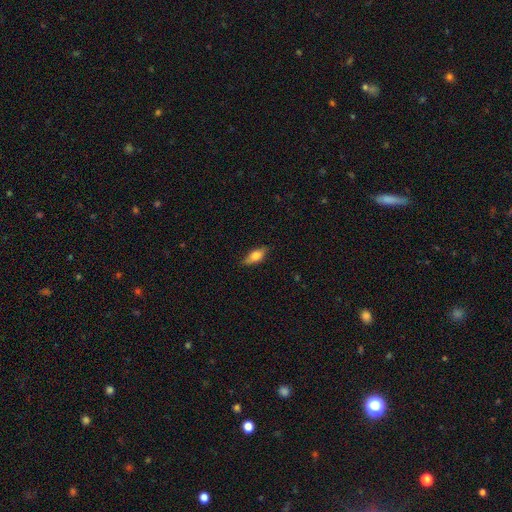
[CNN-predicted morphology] The model was most divided on "smooth or featured": smooth: 64%, featured or disk: 29%, star or artifact: 7%. More confident: merging — none (82%); how rounded — in between (73%).